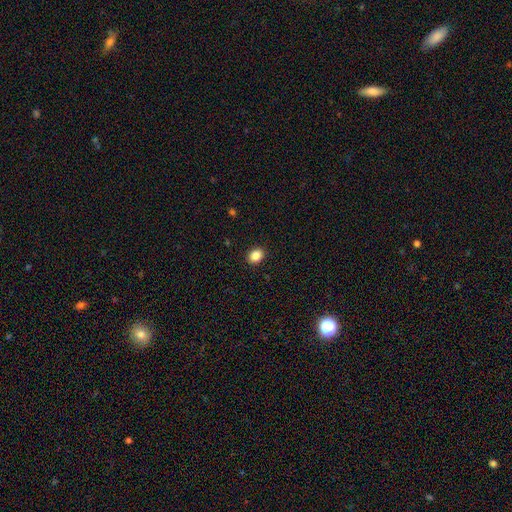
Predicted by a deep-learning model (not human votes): Overall: smooth (87%). How rounded: in between (57%; round 42%). Merging: none (91%).